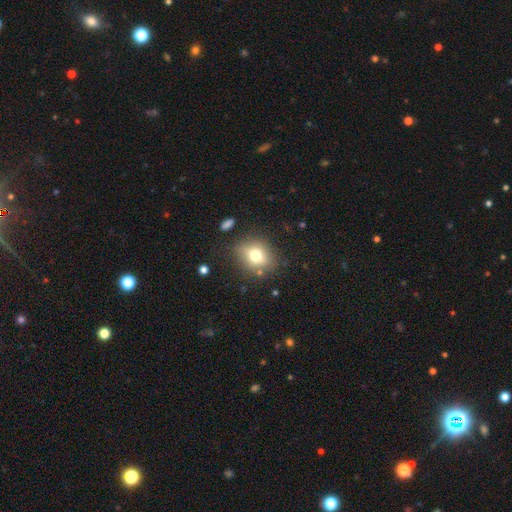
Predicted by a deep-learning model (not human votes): smooth 73%, featured or disk 16%, star or artifact 11%. Down the decision tree: how rounded — in between (50%); merging — none (77%).